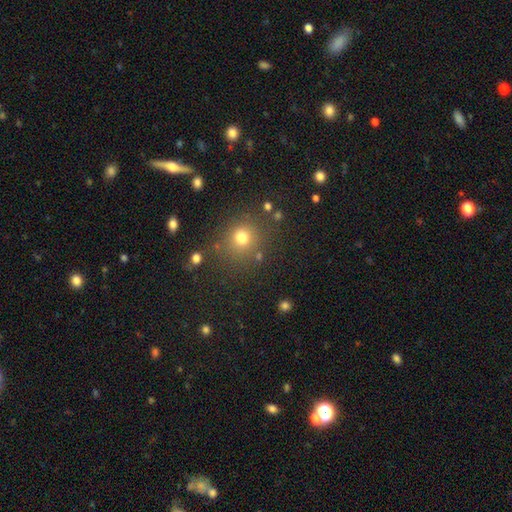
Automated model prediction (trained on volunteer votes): A smooth galaxy with no disk features (58%) that is round (89%). Merging: none (84%).